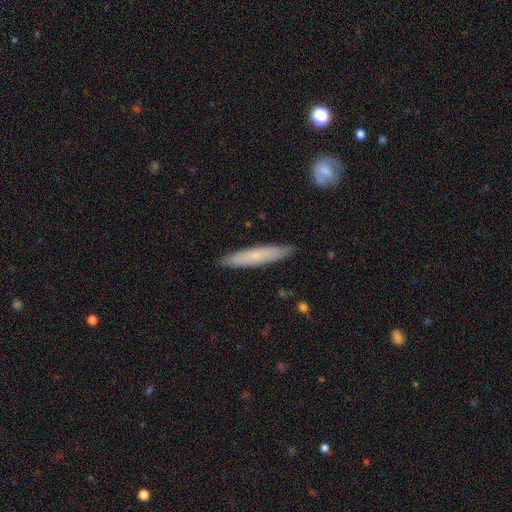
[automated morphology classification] smooth 63%, featured or disk 31%, star or artifact 6%. Down the decision tree: how rounded — cigar-shaped (92%); merging — none (88%).